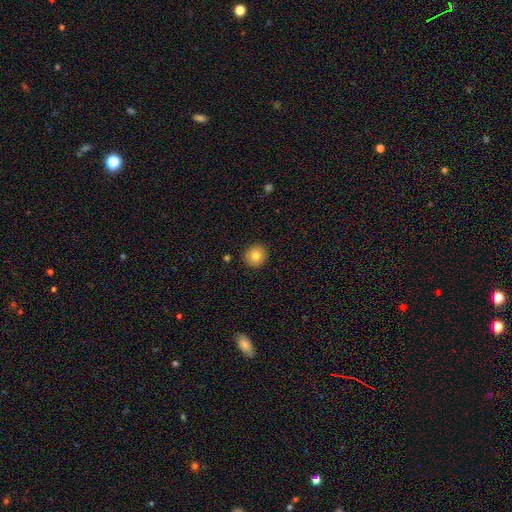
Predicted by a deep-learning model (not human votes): Q: Smooth or featured?
A: smooth (82%); runner-up: star or artifact (10%)
Q: How rounded?
A: round (93%); runner-up: in between (6%)
Q: Merging?
A: none (92%); runner-up: minor disturbance (5%)